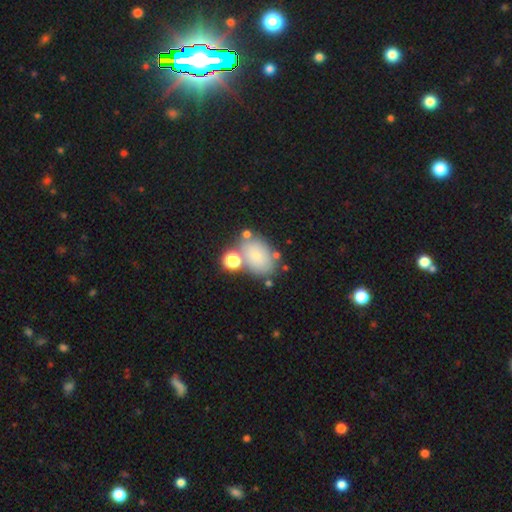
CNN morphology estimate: The model was most divided on "merging": none: 63%, minor disturbance: 16%, merger: 15%, major disturbance: 6%. More confident: how rounded — in between (79%); smooth or featured — smooth (71%).